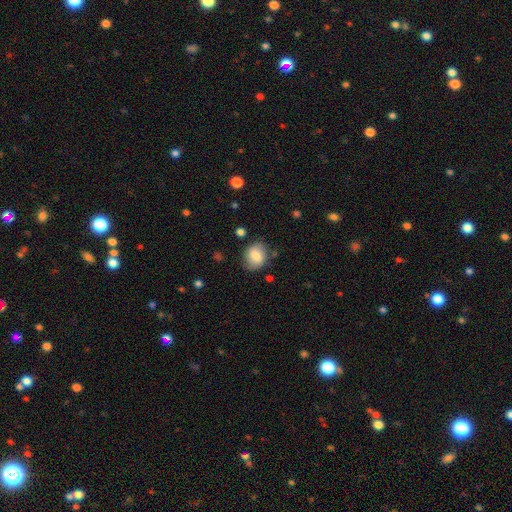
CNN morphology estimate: Smooth or featured?
  - smooth: 78% *
  - featured or disk: 14%
  - star or artifact: 8%
How rounded?
  - round: 52% *
  - in between: 47%
  - cigar-shaped: 1%
Merging?
  - none: 75% *
  - minor disturbance: 18%
  - major disturbance: 5%
  - merger: 2%